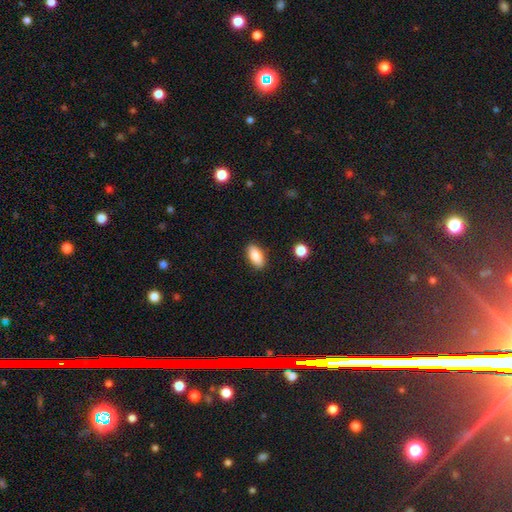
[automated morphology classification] This appears to be a smooth galaxy with no disk features (86%) that is in between round and cigar-shaped (89%). Merging: none (88%).